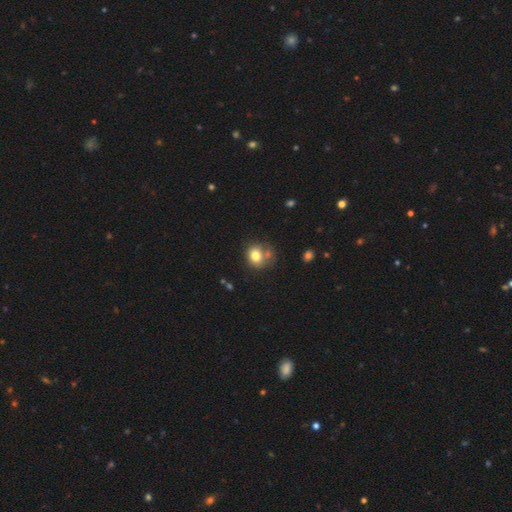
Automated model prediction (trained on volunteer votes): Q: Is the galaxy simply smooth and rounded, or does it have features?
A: smooth — 77%.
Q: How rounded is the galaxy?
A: round — 67%.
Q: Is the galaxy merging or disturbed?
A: none — 51%.